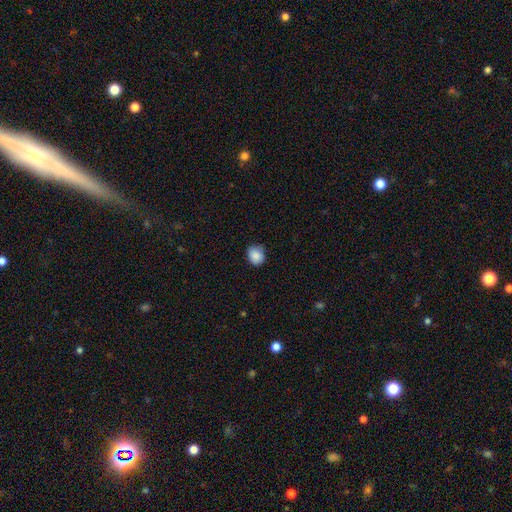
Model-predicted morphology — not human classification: Smooth or featured: smooth — 87% (star or artifact — 9%)
How rounded: round — 75% (in between — 24%)
Merging: none — 77% (minor disturbance — 19%)